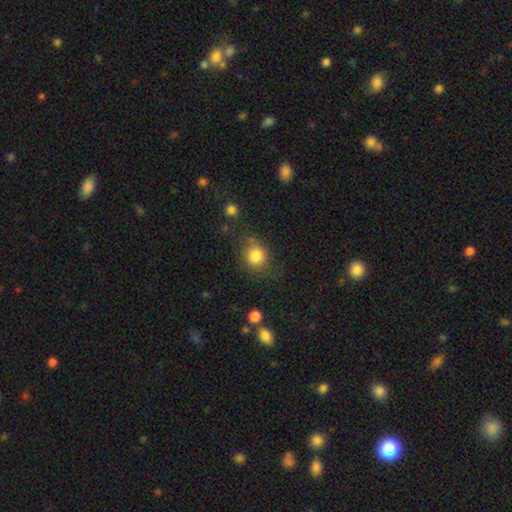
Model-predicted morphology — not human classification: type=smooth (84%); roundness=round (75%); merging=none (70%).